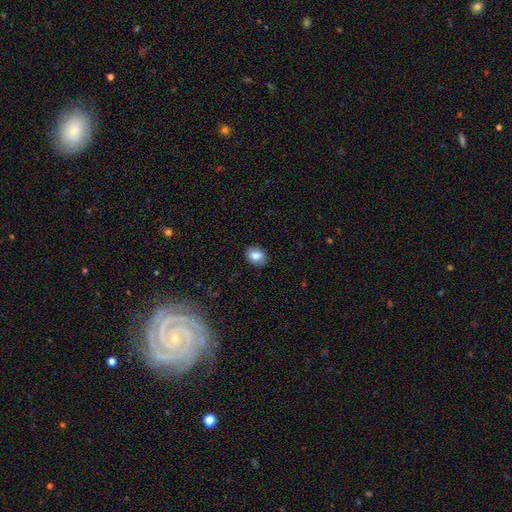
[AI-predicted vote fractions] The model was most divided on "how rounded": in between: 59%, round: 40%, cigar-shaped: 1%. More confident: merging — none (87%); smooth or featured — smooth (85%).